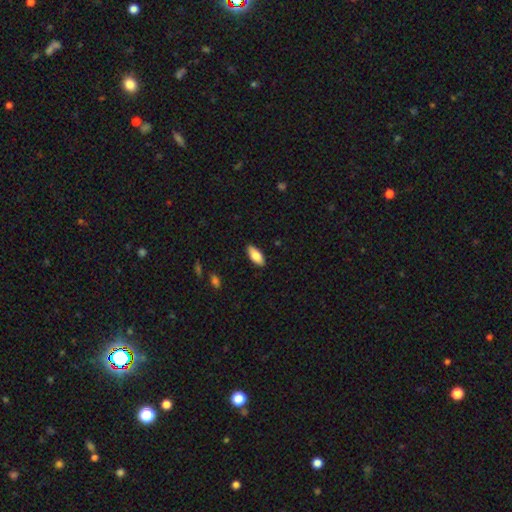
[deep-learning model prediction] smooth 80%, featured or disk 14%, star or artifact 6%. Down the decision tree: how rounded — in between (82%); merging — none (89%).